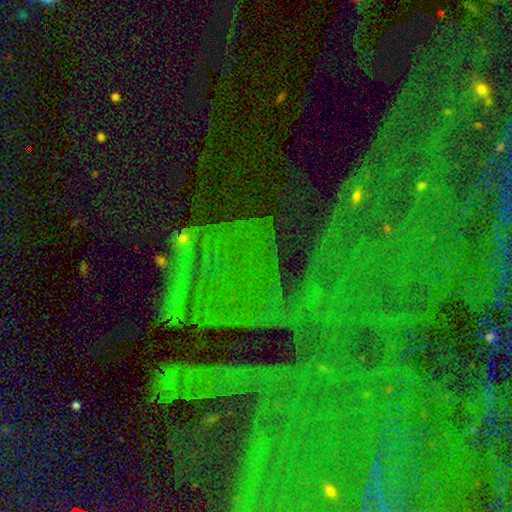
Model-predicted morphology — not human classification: The model was most divided on "smooth or featured": star or artifact: 78%, featured or disk: 11%, smooth: 11%.